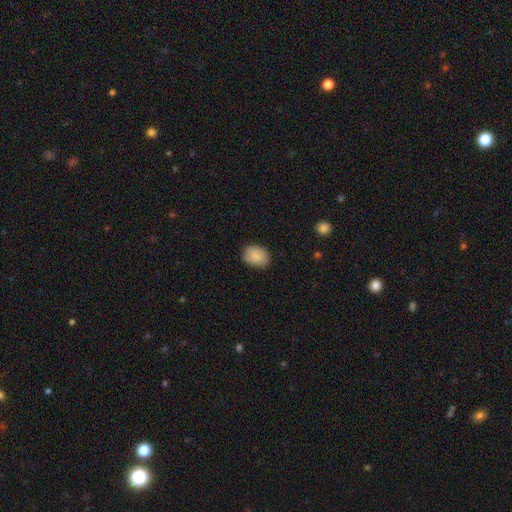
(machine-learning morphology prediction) Smooth or featured: smooth — 88% (star or artifact — 7%)
How rounded: in between — 58% (round — 41%)
Merging: none — 83% (minor disturbance — 13%)